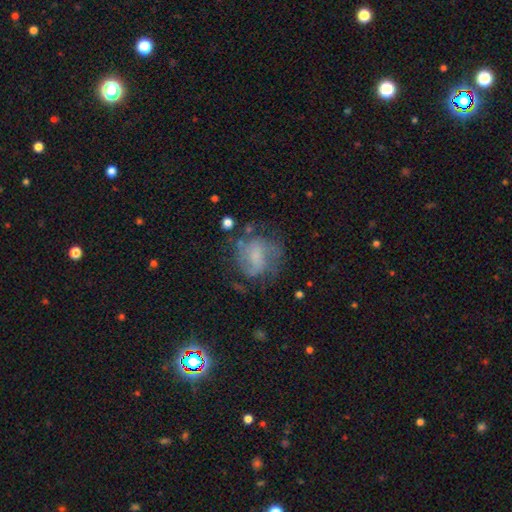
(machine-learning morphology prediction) smooth-or-featured: featured or disk: 49% | smooth: 39% | star or artifact: 11%
  merging: none: 50% | minor disturbance: 24% | major disturbance: 22% | merger: 3%